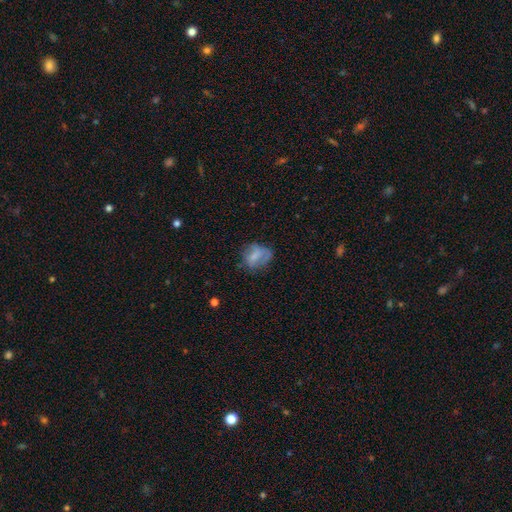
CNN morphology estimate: A smooth galaxy with no disk features (57%) that is in between round and cigar-shaped (59%). Merging: none (44%).